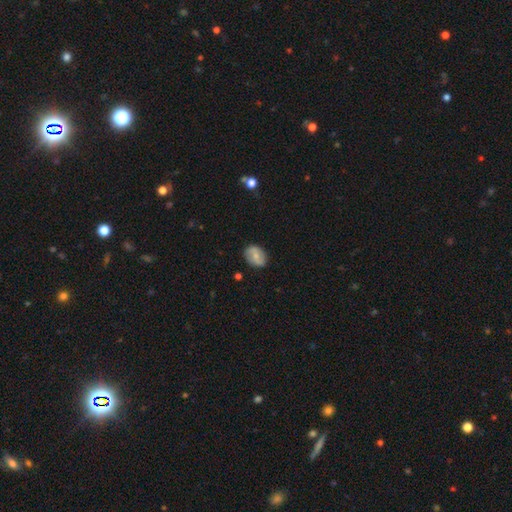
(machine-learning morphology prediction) Q: Smooth or featured?
A: smooth (54%); runner-up: featured or disk (39%)
Q: How rounded?
A: in between (71%); runner-up: round (27%)
Q: Merging?
A: none (82%); runner-up: minor disturbance (14%)